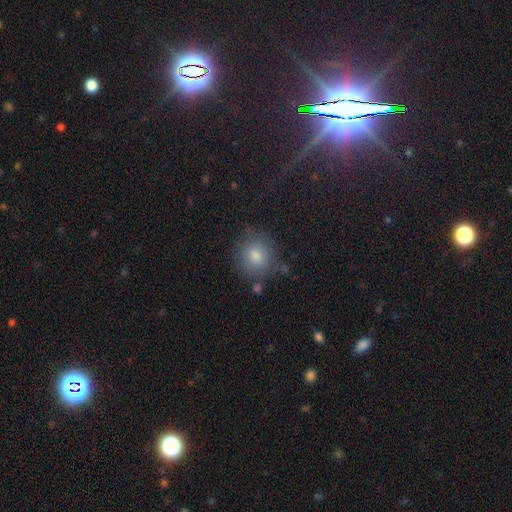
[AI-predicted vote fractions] This appears to be a smooth galaxy with no disk features (76%) that is round (89%). Merging: none (80%).